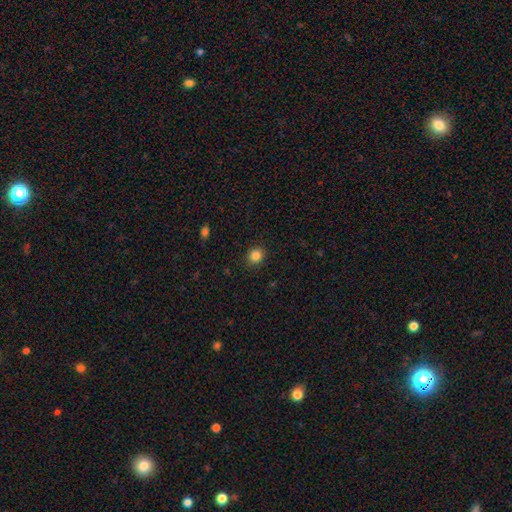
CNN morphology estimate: This is clearly a smooth galaxy (84%). How rounded: likely round (79%). Merging: clearly none (90%).